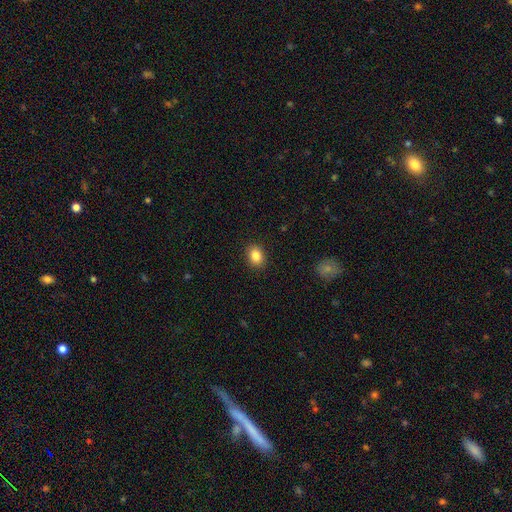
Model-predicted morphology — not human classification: Smooth or featured: smooth — 86% (star or artifact — 9%)
How rounded: in between — 61% (round — 38%)
Merging: none — 90% (minor disturbance — 7%)